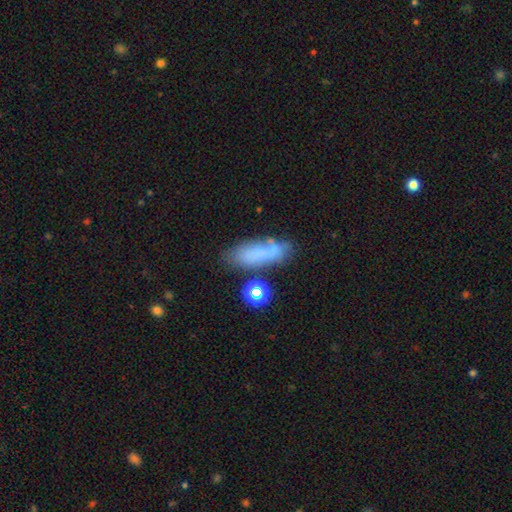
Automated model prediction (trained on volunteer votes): A smooth galaxy with no disk features (67%) that is in between round and cigar-shaped (49%).

Vote fractions:
- Smooth or featured? smooth: 67% / featured or disk: 21% / star or artifact: 13%
- How rounded? in between: 49% / cigar-shaped: 46% / round: 5%
- Merging? none: 60% / minor disturbance: 22% / merger: 10% / major disturbance: 8%